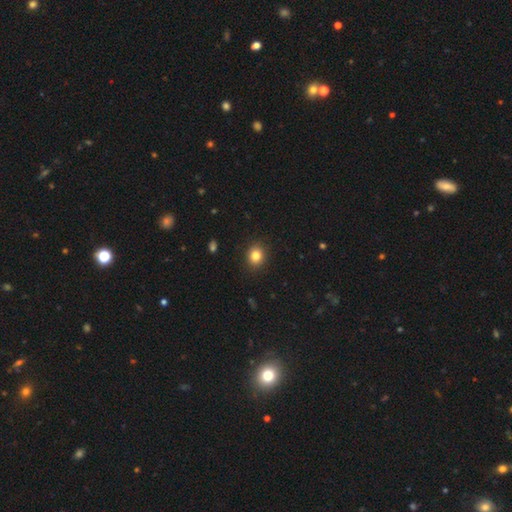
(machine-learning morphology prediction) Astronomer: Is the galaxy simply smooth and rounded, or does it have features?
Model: smooth — 83%.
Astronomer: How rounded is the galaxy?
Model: round — 68%.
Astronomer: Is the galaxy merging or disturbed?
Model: none — 90%.